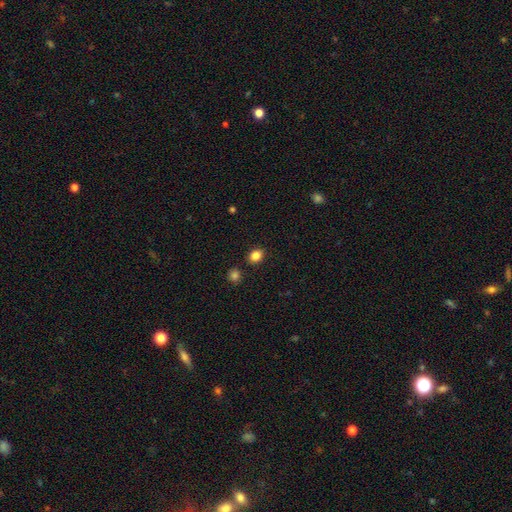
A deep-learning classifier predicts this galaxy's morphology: Smooth or featured? Predicted: smooth (p=0.85). How rounded? Predicted: in between (p=0.56). Merging? Predicted: none (p=0.86).